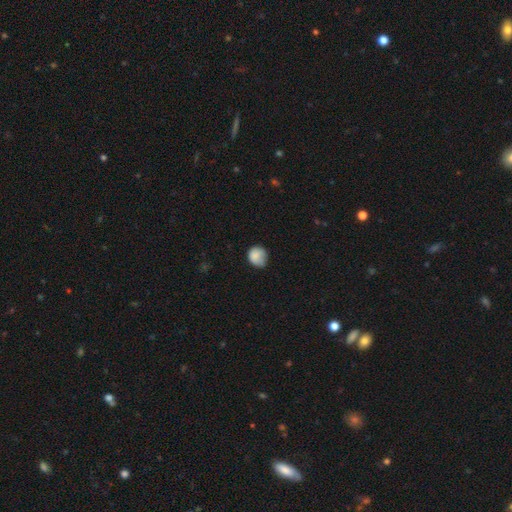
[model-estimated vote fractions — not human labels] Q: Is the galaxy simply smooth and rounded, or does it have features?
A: smooth — 84%.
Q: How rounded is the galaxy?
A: round — 78%.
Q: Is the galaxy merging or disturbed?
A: none — 57%.